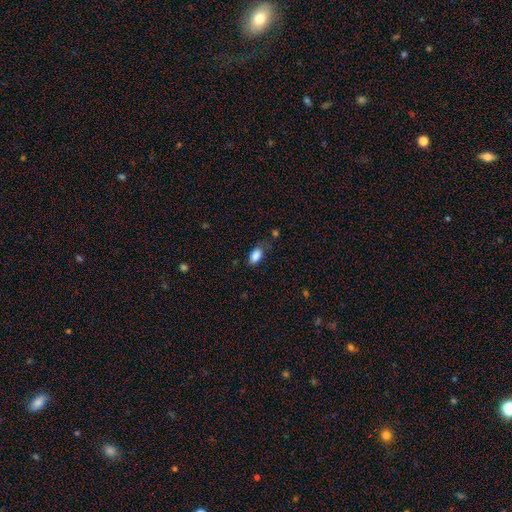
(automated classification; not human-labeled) Overall: smooth (86%). How rounded: in between (91%). Merging: none (64%; minor disturbance 25%).